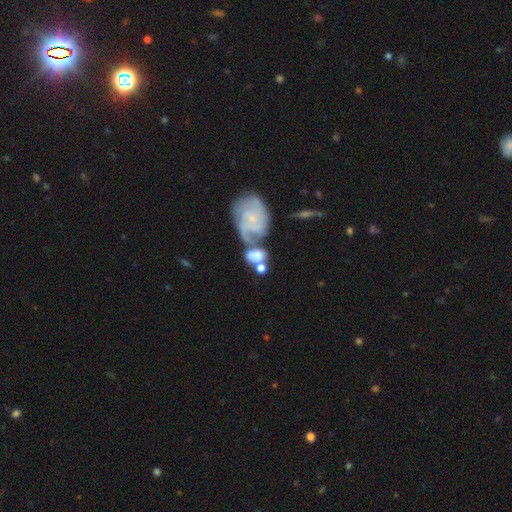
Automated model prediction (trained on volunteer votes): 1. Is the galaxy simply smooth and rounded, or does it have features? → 47% smooth, 43% featured or disk, 10% star or artifact.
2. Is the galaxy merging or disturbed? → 51% merger, 23% none, 14% major disturbance, 13% minor disturbance.